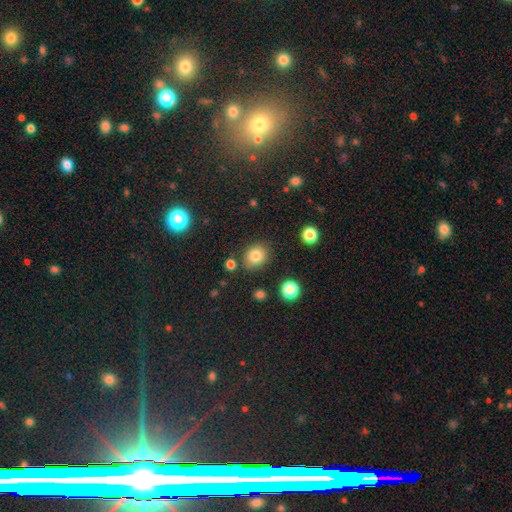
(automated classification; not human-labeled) Q: Smooth or featured?
A: smooth (81%); runner-up: star or artifact (12%)
Q: How rounded?
A: round (63%); runner-up: in between (36%)
Q: Merging?
A: none (81%); runner-up: minor disturbance (12%)